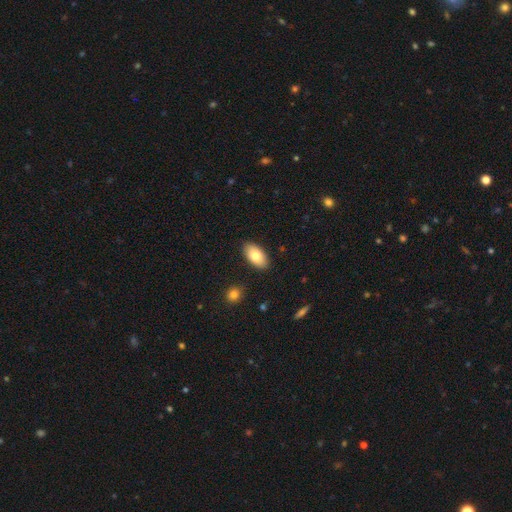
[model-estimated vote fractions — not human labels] This appears to be a smooth galaxy with no disk features (78%) that is in between round and cigar-shaped (94%). Merging: none (89%).